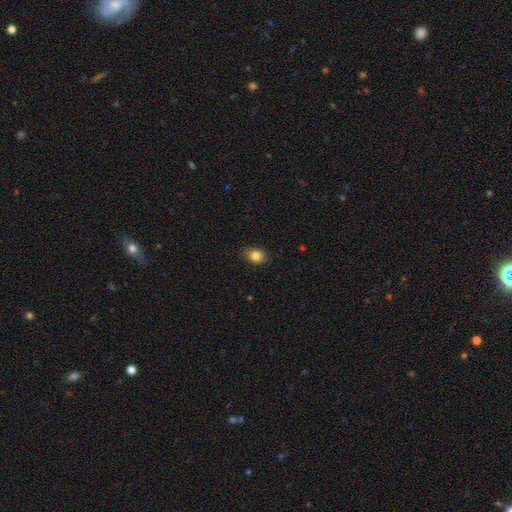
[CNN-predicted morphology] This is clearly a smooth galaxy (83%). How rounded: likely in between (66%). Merging: clearly none (82%).